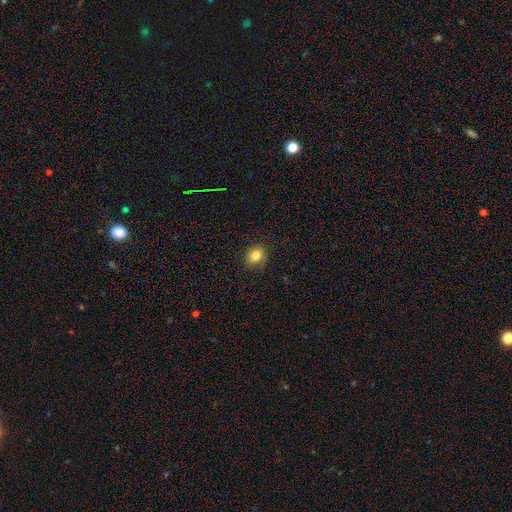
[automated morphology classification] The model was most divided on "how rounded": round: 64%, in between: 35%, cigar-shaped: 1%. More confident: merging — none (82%); smooth or featured — smooth (81%).